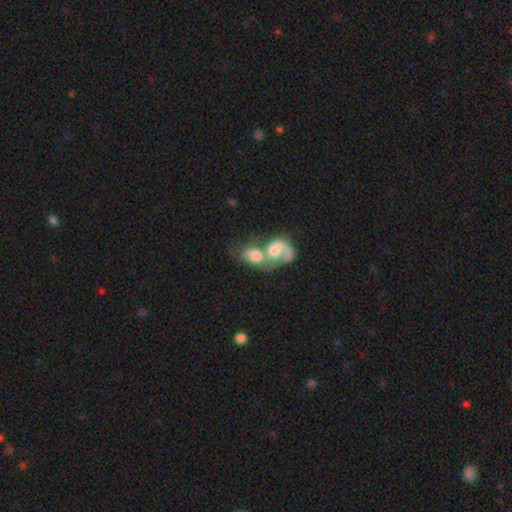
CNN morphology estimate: Smooth or featured? Predicted: smooth (p=0.48). Merging? Predicted: merger (p=0.80).